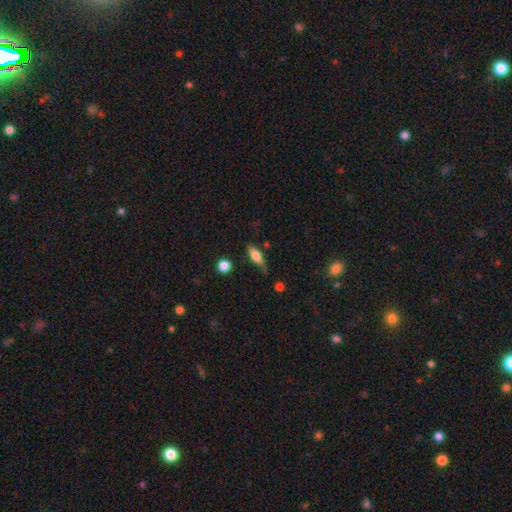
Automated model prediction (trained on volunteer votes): Smooth or featured? smooth (60%)
How rounded? in between (56%)
Merging? none (56%)